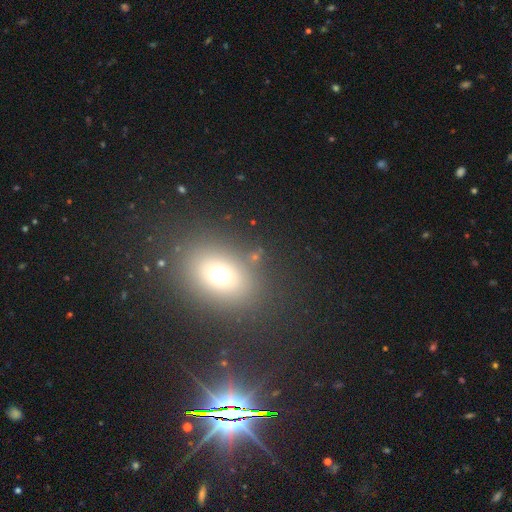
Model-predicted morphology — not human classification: This is possibly a smooth galaxy (54%). How rounded: likely in between (61%). Merging: clearly none (83%).